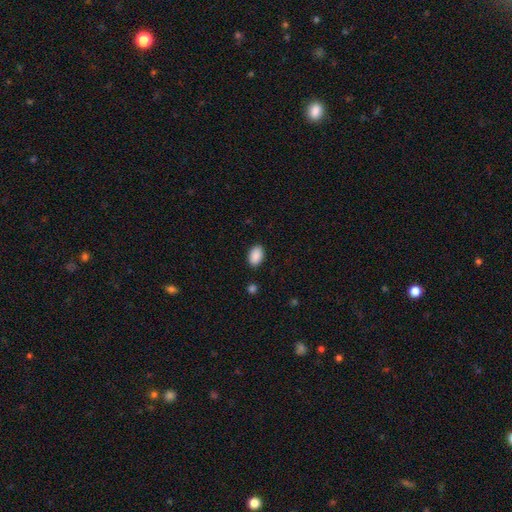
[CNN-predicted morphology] This is clearly a smooth galaxy (90%). How rounded: clearly in between (91%). Merging: clearly none (87%).